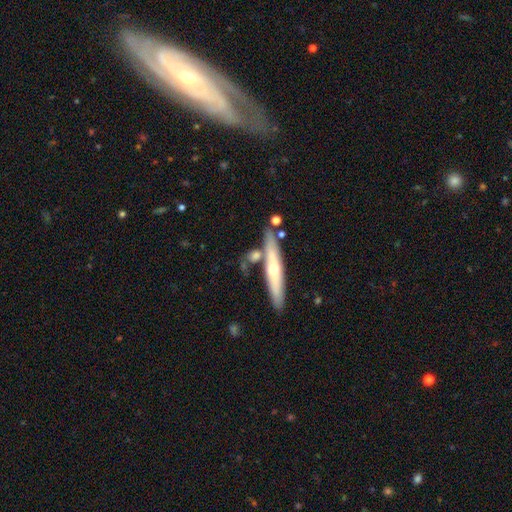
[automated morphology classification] The model was most divided on "smooth or featured": smooth: 48%, featured or disk: 45%, star or artifact: 7%. More confident: merging — none (66%).